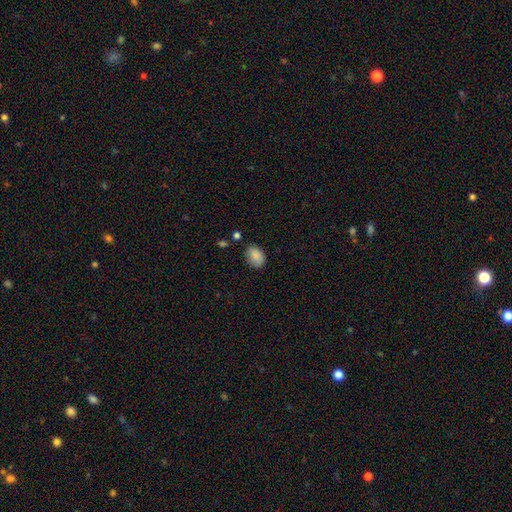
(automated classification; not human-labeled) This is clearly a smooth galaxy (87%). How rounded: clearly in between (81%). Merging: likely none (76%).